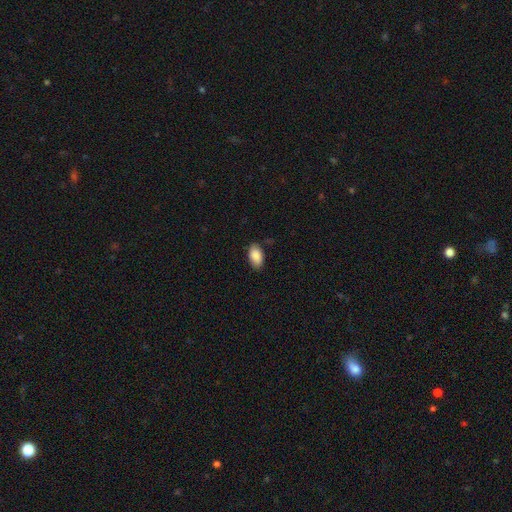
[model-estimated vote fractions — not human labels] This appears to be a smooth galaxy with no disk features (88%) that is in between round and cigar-shaped (94%). Merging: none (79%).